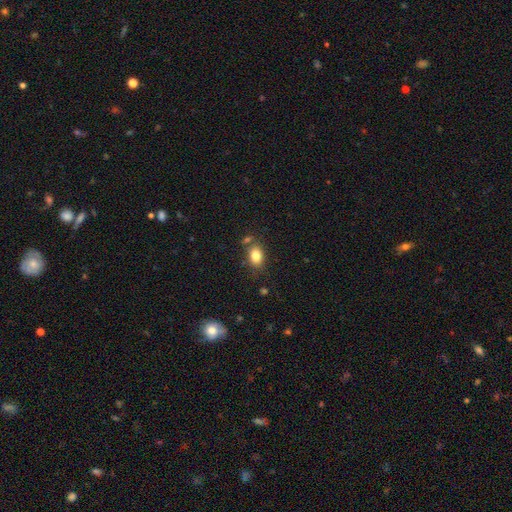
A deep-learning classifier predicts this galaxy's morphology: The model was most divided on "merging": none: 71%, minor disturbance: 14%, merger: 12%, major disturbance: 4%. More confident: smooth or featured — smooth (83%); how rounded — in between (78%).